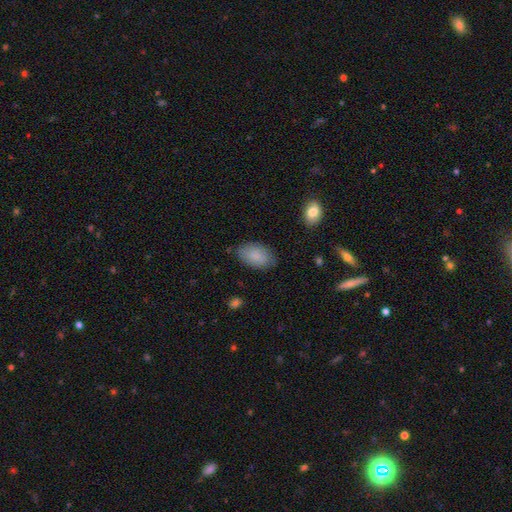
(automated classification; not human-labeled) smooth-or-featured: smooth: 86% | featured or disk: 8% | star or artifact: 7%
  how-rounded: in between: 93% | round: 5% | cigar-shaped: 1%
  merging: none: 81% | minor disturbance: 15% | major disturbance: 3% | merger: 1%